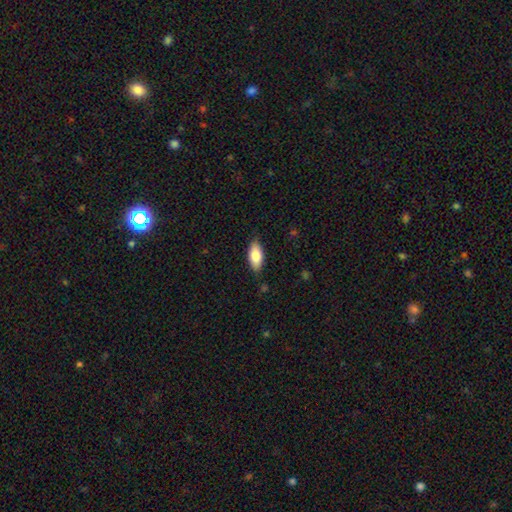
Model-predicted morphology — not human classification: smooth_or_featured: smooth (p=0.83) [alt: featured or disk p=0.11]
how_rounded: in between (p=0.88) [alt: cigar-shaped p=0.10]
merging: none (p=0.84) [alt: minor disturbance p=0.13]